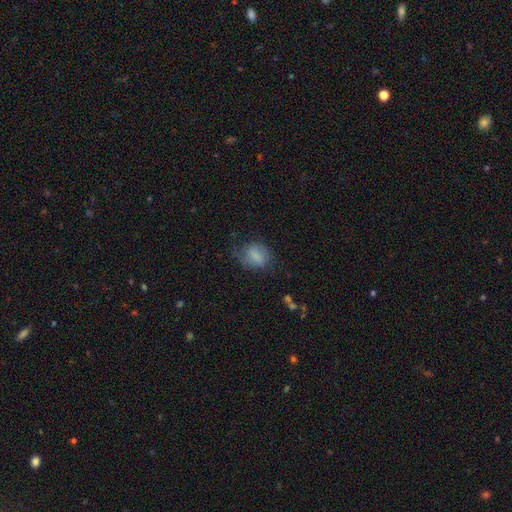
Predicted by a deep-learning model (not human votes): Smooth or featured? smooth (69%)
How rounded? in between (60%)
Merging? none (53%)